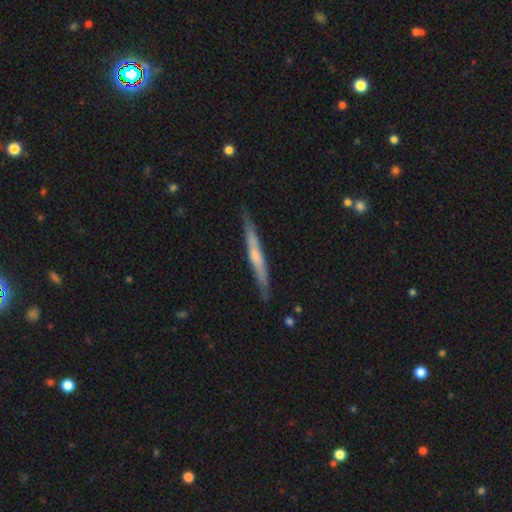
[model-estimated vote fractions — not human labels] Smooth or featured: featured or disk — 55% (smooth — 40%)
Edge-on disk: yes — 96% (no — 4%)
Edge-on bulge: none — 55% (rounded — 36%)
Merging: none — 86% (minor disturbance — 11%)